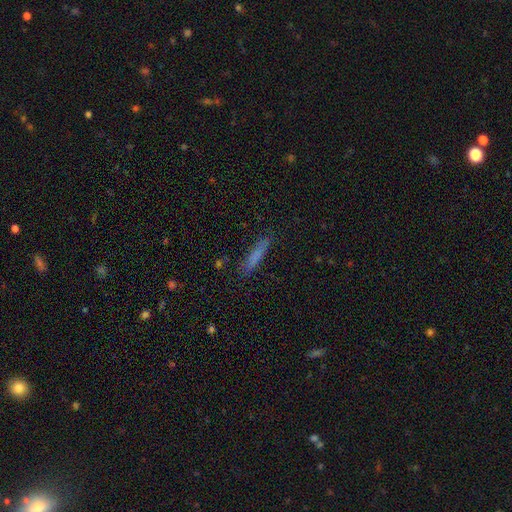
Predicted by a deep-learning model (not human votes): Overall: smooth (73%). How rounded: cigar-shaped (90%). Merging: none (85%).